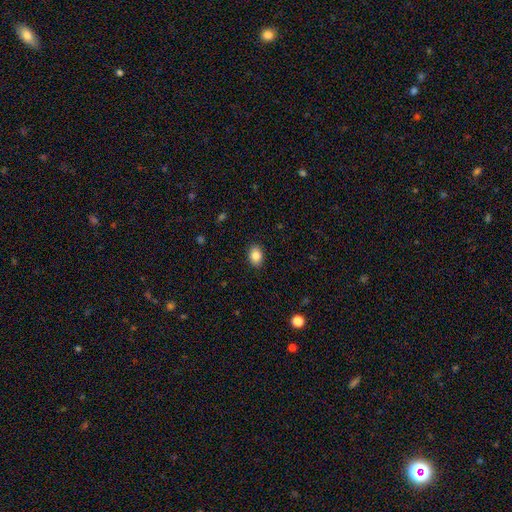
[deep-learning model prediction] smooth_or_featured: smooth (p=0.86) [alt: star or artifact p=0.09]
how_rounded: in between (p=0.77) [alt: round p=0.22]
merging: none (p=0.90) [alt: minor disturbance p=0.08]